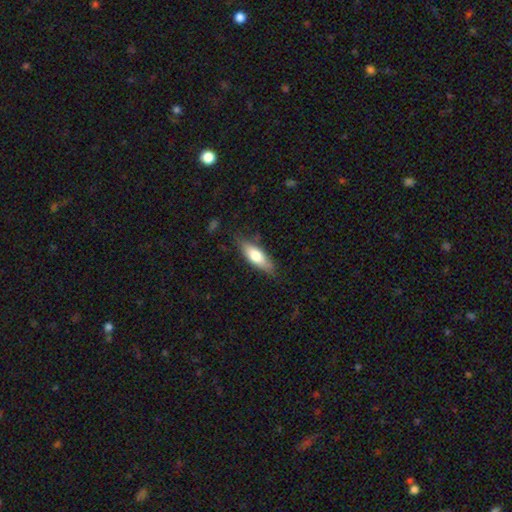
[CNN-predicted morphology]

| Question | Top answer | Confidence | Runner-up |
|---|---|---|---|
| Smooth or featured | smooth | 68% | featured or disk (26%) |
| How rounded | in between | 61% | cigar-shaped (36%) |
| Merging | none | 78% | minor disturbance (17%) |